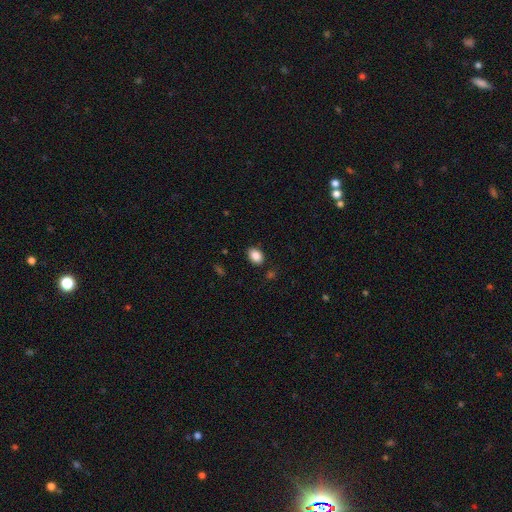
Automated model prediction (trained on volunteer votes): smooth 87%, star or artifact 9%, featured or disk 5%. Down the decision tree: how rounded — in between (75%); merging — none (86%).